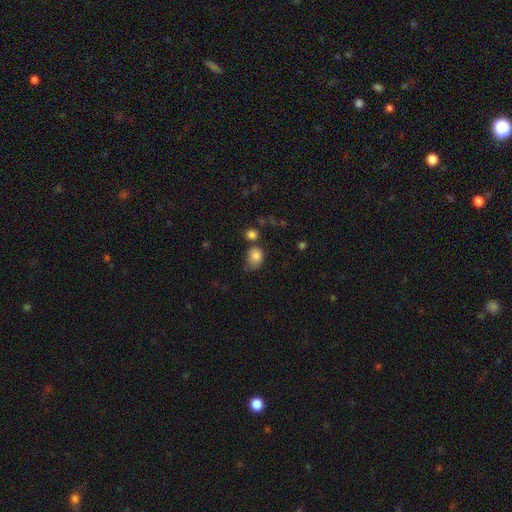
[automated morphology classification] A smooth galaxy with no disk features (83%) that is in between round and cigar-shaped (54%).

Vote fractions:
- Smooth or featured? smooth: 83% / star or artifact: 10% / featured or disk: 8%
- How rounded? in between: 54% / round: 45% / cigar-shaped: 1%
- Merging? none: 47% / minor disturbance: 29% / merger: 14% / major disturbance: 10%